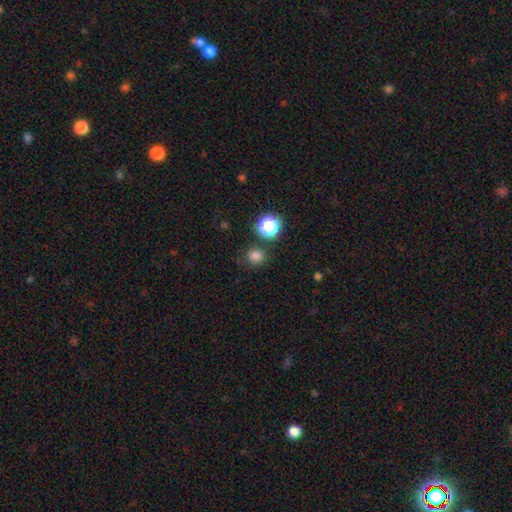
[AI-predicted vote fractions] smooth 77%, star or artifact 18%, featured or disk 4%. Down the decision tree: how rounded — round (85%); merging — none (81%).